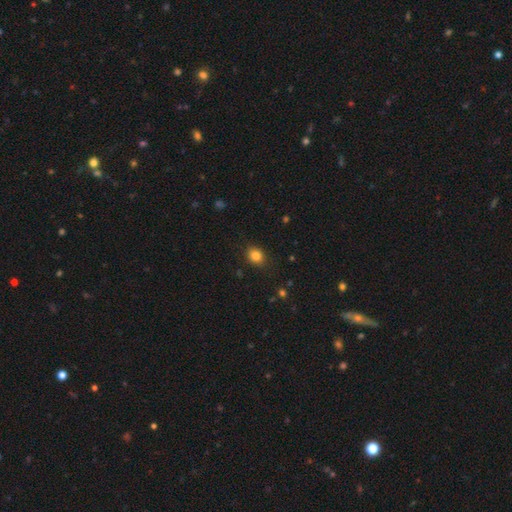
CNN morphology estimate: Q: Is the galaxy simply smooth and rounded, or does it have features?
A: smooth — 84%.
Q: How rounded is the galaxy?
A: round — 56%.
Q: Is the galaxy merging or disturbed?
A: none — 86%.